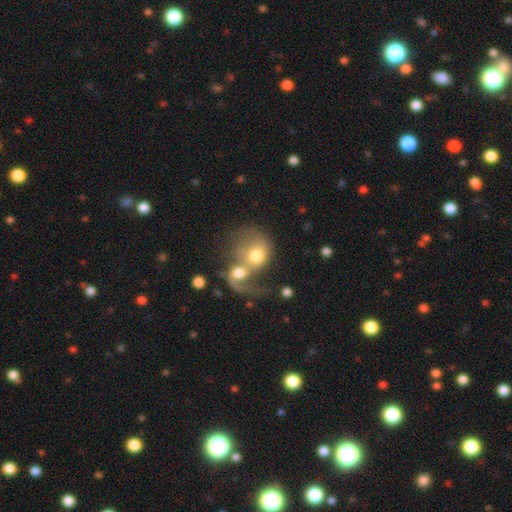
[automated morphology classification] Overall: smooth (49%; featured or disk 44%). Merging: merger (79%).